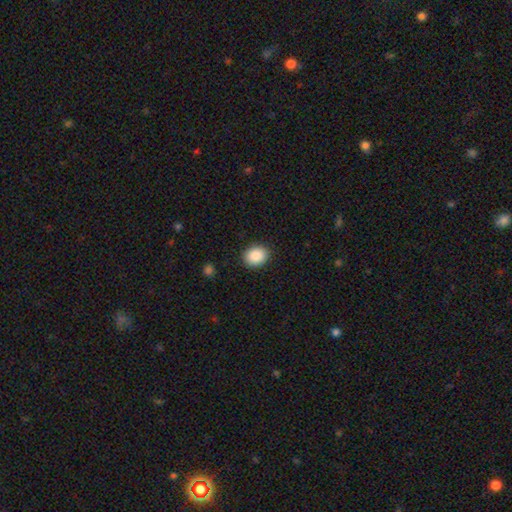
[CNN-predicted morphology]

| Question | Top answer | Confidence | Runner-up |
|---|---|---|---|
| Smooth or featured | smooth | 89% | star or artifact (8%) |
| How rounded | in between | 53% | round (47%) |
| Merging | none | 89% | minor disturbance (8%) |